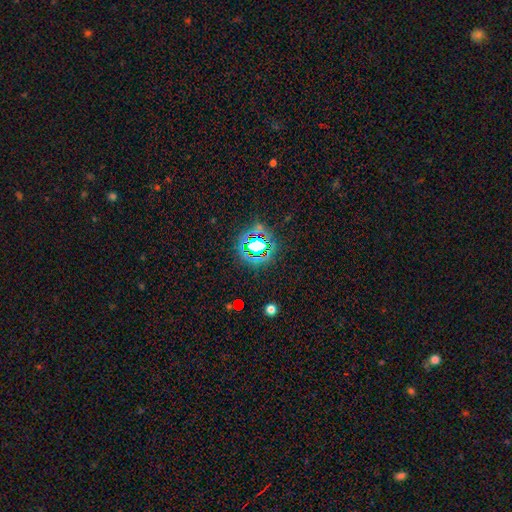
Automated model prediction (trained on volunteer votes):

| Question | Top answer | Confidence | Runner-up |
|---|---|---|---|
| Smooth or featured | star or artifact | 73% | smooth (17%) |